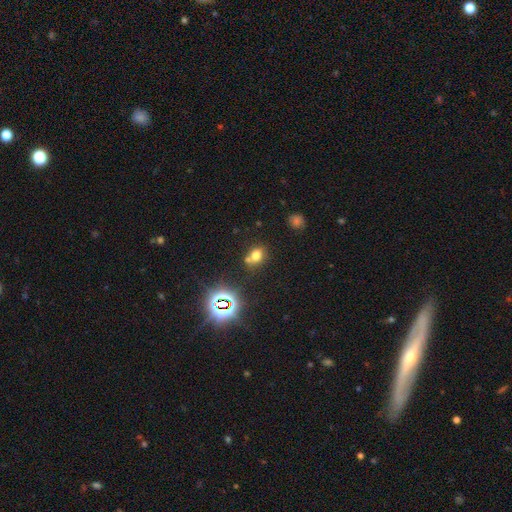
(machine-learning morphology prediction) Q: Smooth or featured?
A: smooth (66%); runner-up: star or artifact (23%)
Q: How rounded?
A: round (50%); runner-up: in between (48%)
Q: Merging?
A: none (54%); runner-up: merger (29%)